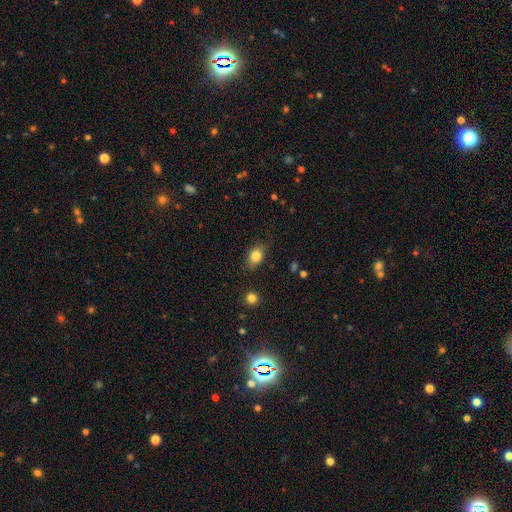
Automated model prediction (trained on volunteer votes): smooth 80%, featured or disk 10%, star or artifact 9%. Down the decision tree: how rounded — in between (71%); merging — none (72%).